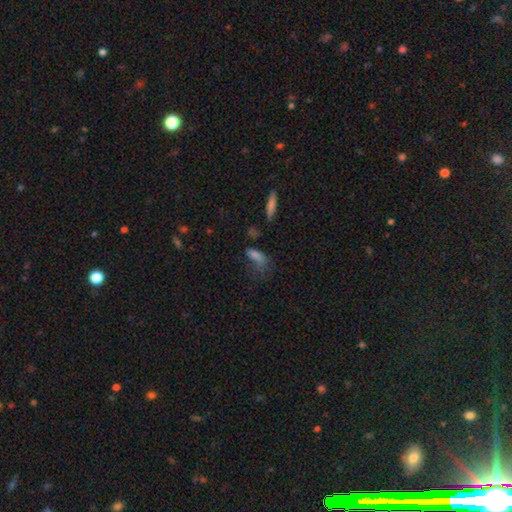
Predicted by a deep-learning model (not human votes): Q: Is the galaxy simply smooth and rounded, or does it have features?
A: smooth — 65%.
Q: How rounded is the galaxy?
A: in between — 65%.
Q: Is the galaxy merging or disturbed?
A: none — 36%.